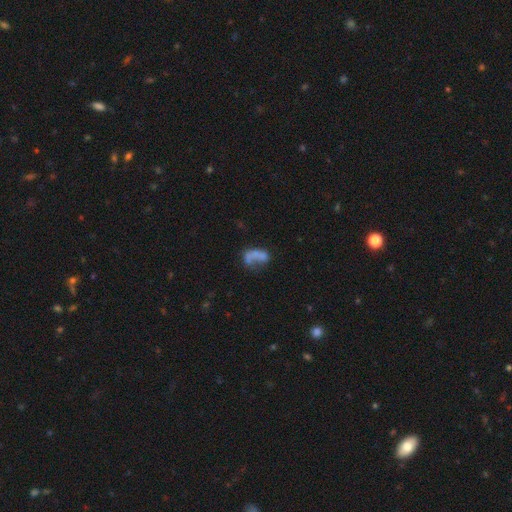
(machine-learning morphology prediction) This is possibly a smooth galaxy (54%). How rounded: clearly in between (82%). Merging: marginally merger (36%).